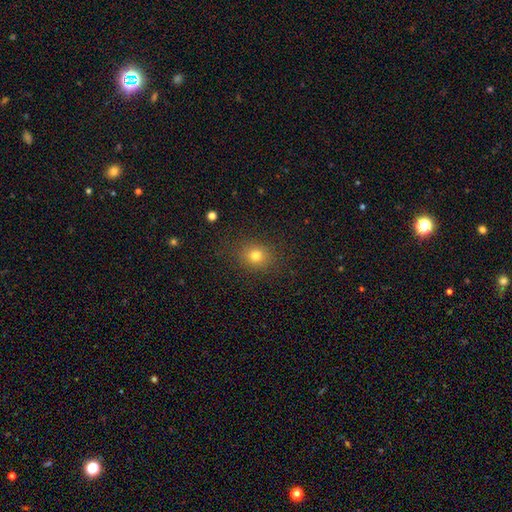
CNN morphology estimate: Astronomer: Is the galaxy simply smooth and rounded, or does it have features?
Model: smooth — 77%.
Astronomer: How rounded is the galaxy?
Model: round — 72%.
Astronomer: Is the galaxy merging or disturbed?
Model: none — 86%.